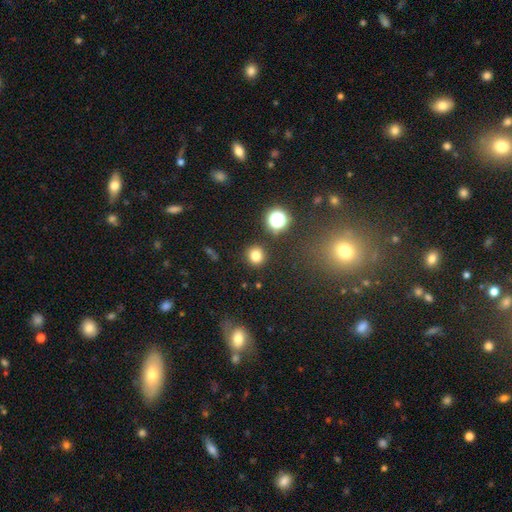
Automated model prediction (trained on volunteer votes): A smooth galaxy with no disk features (78%) that is round (89%). Merging: none (88%).